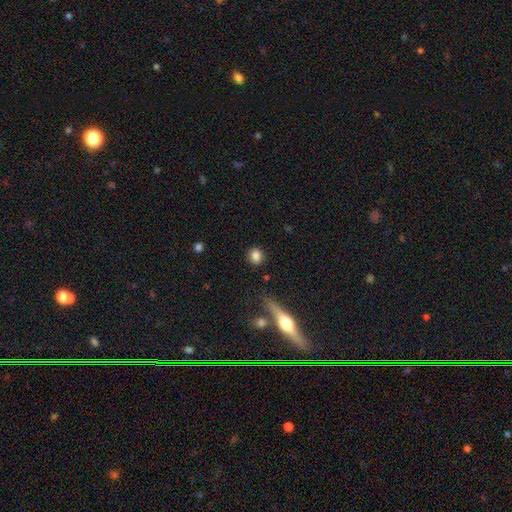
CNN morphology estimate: Smooth or featured: smooth — 84% (star or artifact — 9%)
How rounded: round — 73% (in between — 25%)
Merging: none — 85% (minor disturbance — 8%)